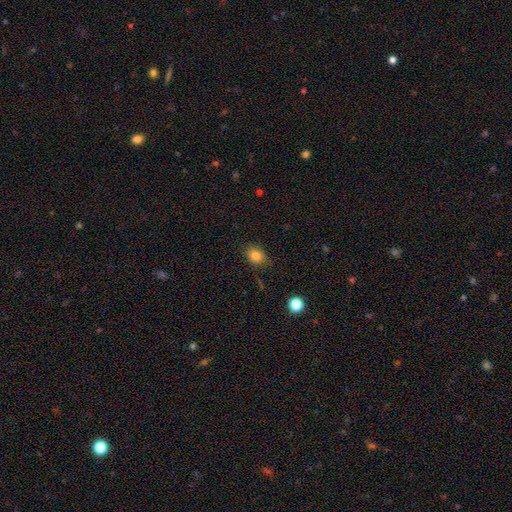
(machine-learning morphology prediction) This appears to be a smooth galaxy with no disk features (81%) that is round (51%). Merging: none (80%).